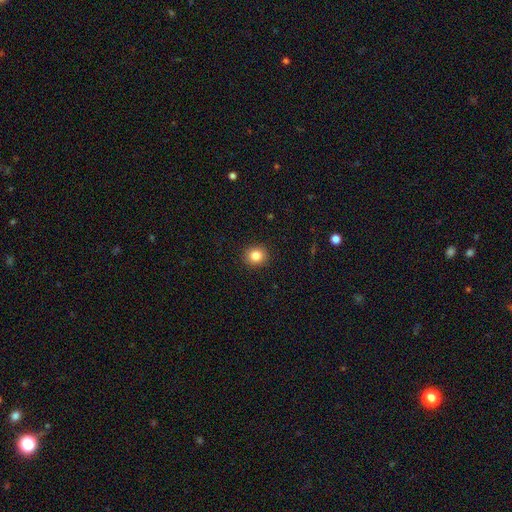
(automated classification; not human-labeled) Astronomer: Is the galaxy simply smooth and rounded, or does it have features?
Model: smooth — 84%.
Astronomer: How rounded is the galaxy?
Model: round — 85%.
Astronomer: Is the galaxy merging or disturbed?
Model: none — 92%.